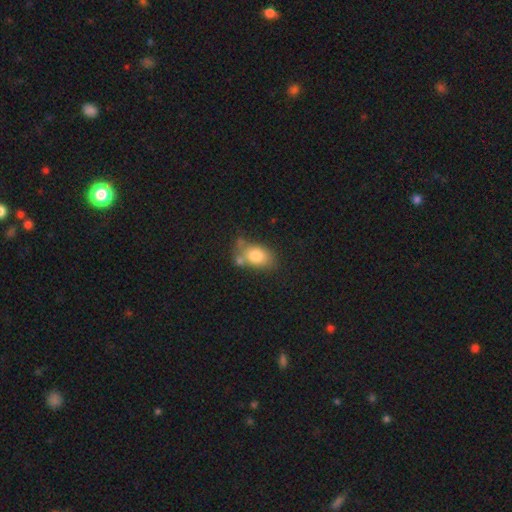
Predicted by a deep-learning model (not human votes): Smooth or featured? Predicted: smooth (p=0.78). How rounded? Predicted: in between (p=0.80). Merging? Predicted: none (p=0.48).